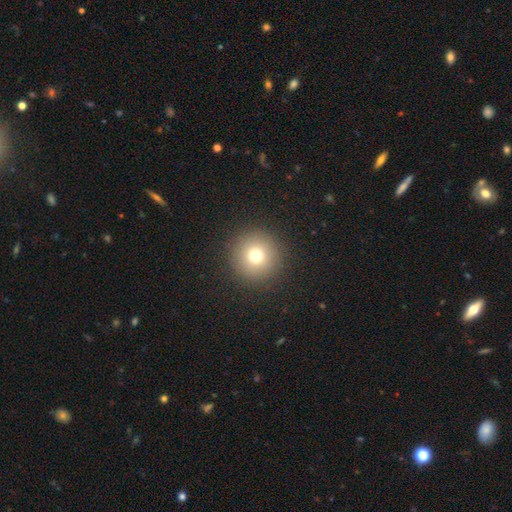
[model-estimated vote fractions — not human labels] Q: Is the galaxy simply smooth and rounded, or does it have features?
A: smooth — 75%.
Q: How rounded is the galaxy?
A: round — 96%.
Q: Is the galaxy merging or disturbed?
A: none — 91%.